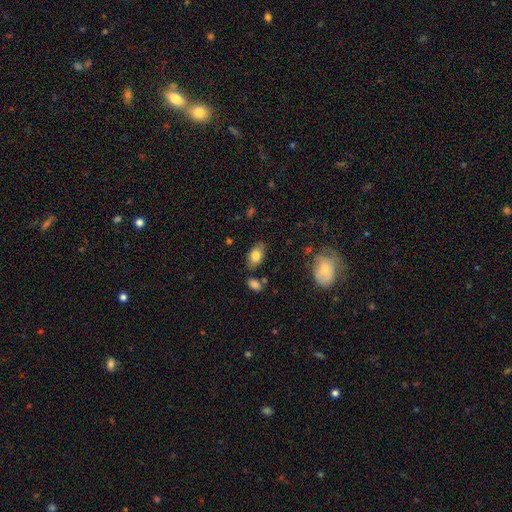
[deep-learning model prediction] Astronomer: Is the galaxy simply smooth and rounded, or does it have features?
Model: smooth — 81%.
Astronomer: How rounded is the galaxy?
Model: in between — 91%.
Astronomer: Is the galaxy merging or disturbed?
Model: none — 80%.